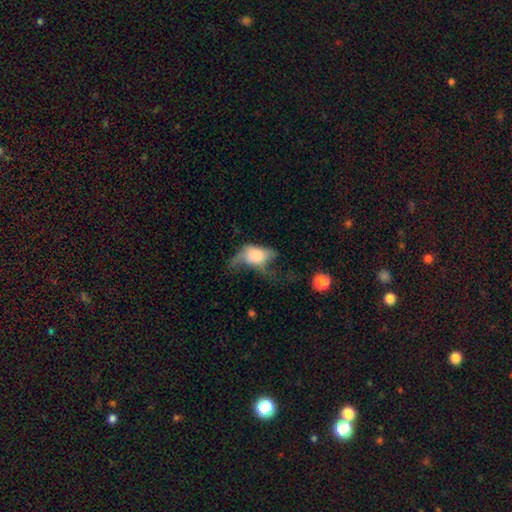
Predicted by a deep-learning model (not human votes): Smooth or featured: smooth — 57% (featured or disk — 34%)
How rounded: in between — 83% (round — 14%)
Merging: major disturbance — 57% (minor disturbance — 20%)